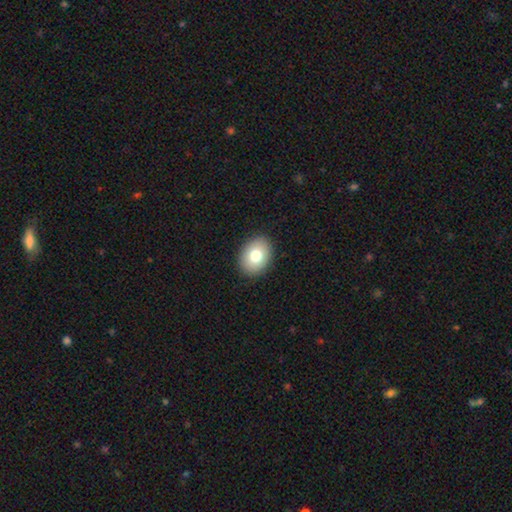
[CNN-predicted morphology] This is likely a smooth galaxy (79%). How rounded: likely in between (70%). Merging: clearly none (90%).